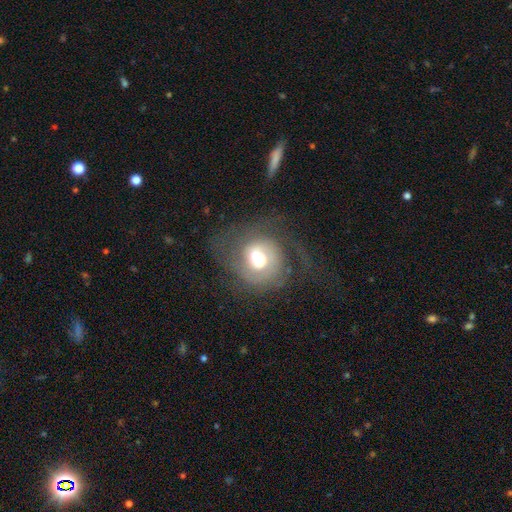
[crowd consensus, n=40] Q: Smooth or featured?
A: featured or disk (90%); runner-up: smooth (5%)
Q: Edge-on disk?
A: no (94%); runner-up: yes (6%)
Q: Bar?
A: no (74%); runner-up: weak (18%)
Q: Spiral arms?
A: yes (94%); runner-up: no (6%)
Q: Spiral winding?
A: tight (56%); runner-up: medium (38%)
Q: Spiral arm count?
A: 1 (34%); runner-up: can't tell (28%)
Q: Bulge size?
A: moderate (68%); runner-up: small (21%)
Q: Merging?
A: none (29%); runner-up: minor disturbance (26%)